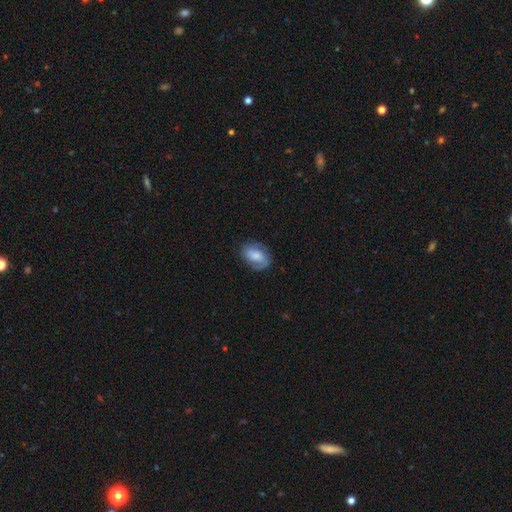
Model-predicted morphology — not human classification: Smooth or featured? Predicted: featured or disk (p=0.53). Edge-on disk? Predicted: no (p=0.96). Bar? Predicted: no (p=0.58). Spiral arms? Predicted: yes (p=0.84). Bulge size? Predicted: small (p=0.41). Merging? Predicted: none (p=0.74).